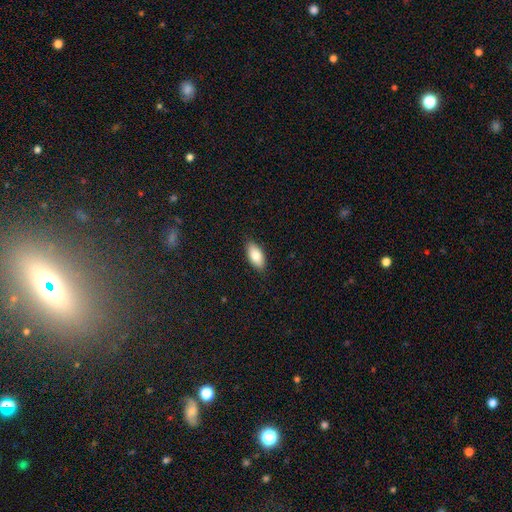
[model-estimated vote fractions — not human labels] smooth_or_featured: smooth (p=0.84) [alt: featured or disk p=0.10]
how_rounded: in between (p=0.92) [alt: cigar-shaped p=0.06]
merging: none (p=0.88) [alt: minor disturbance p=0.09]